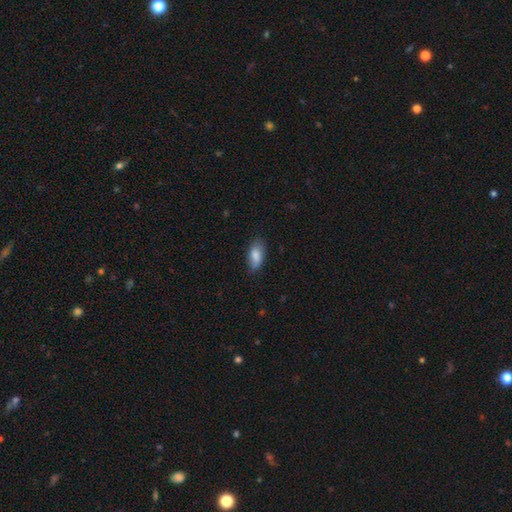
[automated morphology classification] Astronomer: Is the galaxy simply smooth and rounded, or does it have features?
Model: smooth — 82%.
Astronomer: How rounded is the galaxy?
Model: in between — 88%.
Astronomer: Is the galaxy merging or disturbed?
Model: none — 70%.